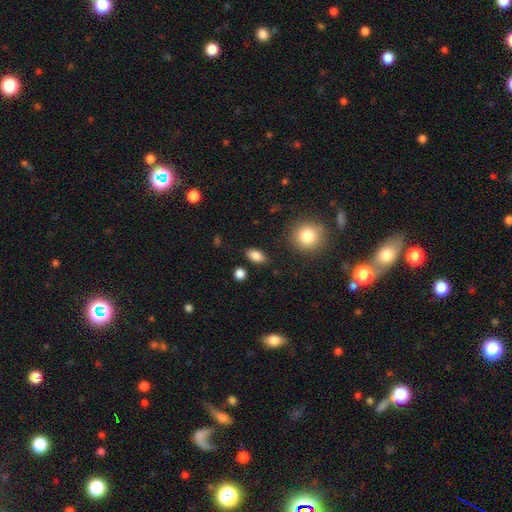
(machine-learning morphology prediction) smooth_or_featured: smooth (p=0.85) [alt: star or artifact p=0.09]
how_rounded: in between (p=0.87) [alt: round p=0.09]
merging: none (p=0.86) [alt: minor disturbance p=0.09]